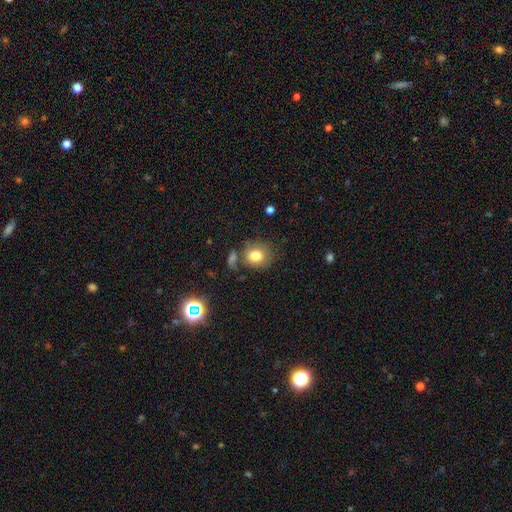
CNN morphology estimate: smooth 79%, star or artifact 10%, featured or disk 10%. Down the decision tree: how rounded — round (72%); merging — none (64%).